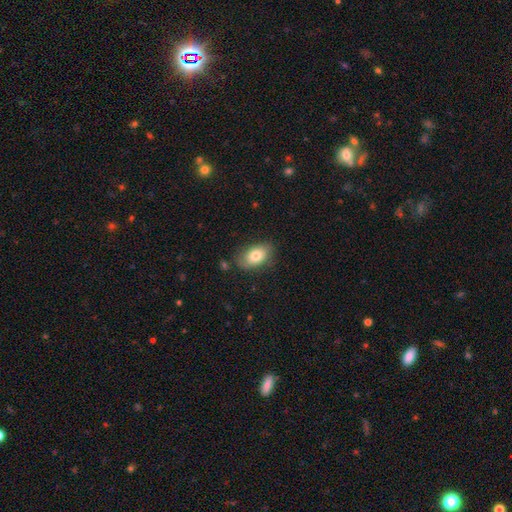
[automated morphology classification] smooth_or_featured: smooth (p=0.77) [alt: featured or disk p=0.16]
how_rounded: in between (p=0.90) [alt: round p=0.08]
merging: none (p=0.76) [alt: minor disturbance p=0.18]